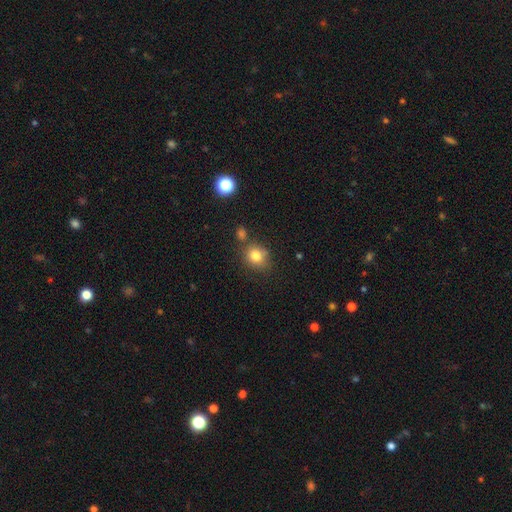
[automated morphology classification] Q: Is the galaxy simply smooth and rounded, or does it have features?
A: smooth — 80%.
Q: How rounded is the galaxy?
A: round — 73%.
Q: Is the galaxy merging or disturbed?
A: none — 68%.